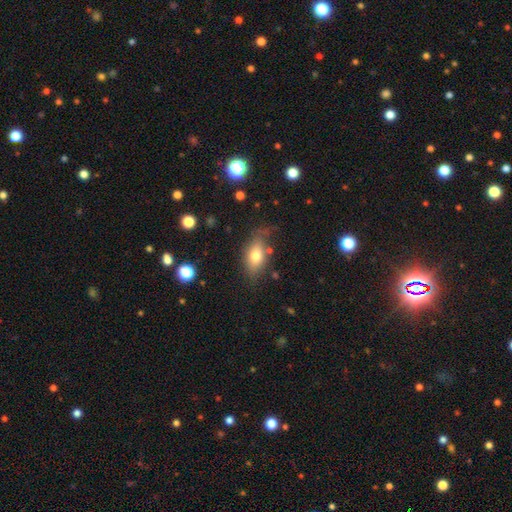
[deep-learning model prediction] Morphology: type=smooth (72%); roundness=in between (87%); merging=none (64%).